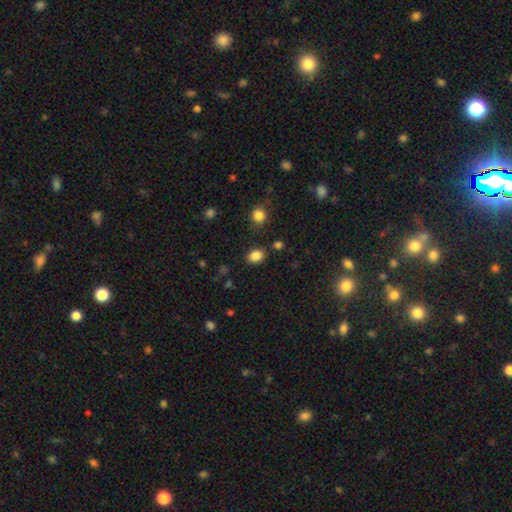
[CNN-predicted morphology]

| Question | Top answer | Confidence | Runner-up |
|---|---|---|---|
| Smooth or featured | smooth | 85% | star or artifact (11%) |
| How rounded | in between | 60% | round (39%) |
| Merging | none | 82% | minor disturbance (11%) |